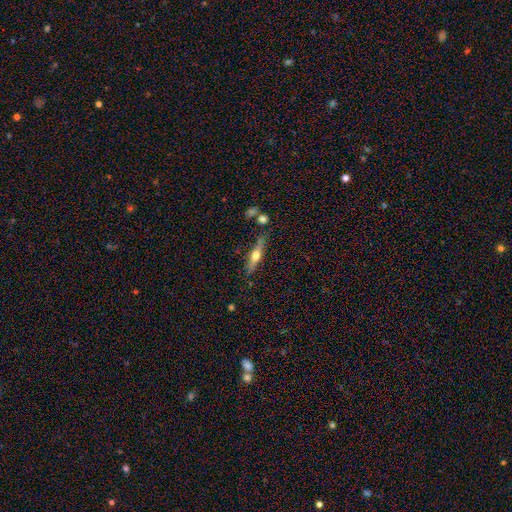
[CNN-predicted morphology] featured or disk 56%, smooth 37%, star or artifact 7%. Down the decision tree: edge-on disk — yes (94%); edge-on bulge — rounded (92%); merging — none (77%).